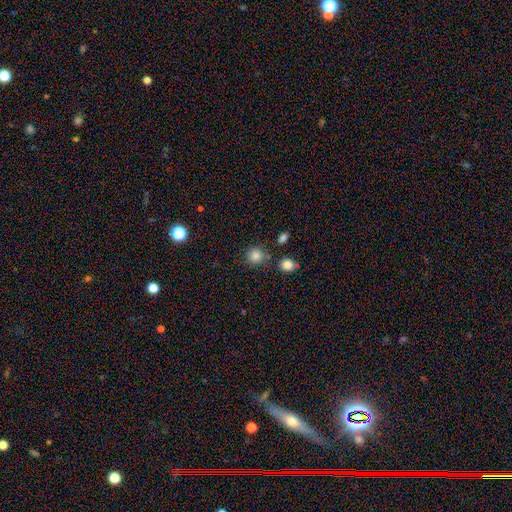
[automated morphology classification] smooth_or_featured: smooth (p=0.84) [alt: star or artifact p=0.11]
how_rounded: round (p=0.90) [alt: in between p=0.09]
merging: none (p=0.78) [alt: minor disturbance p=0.10]